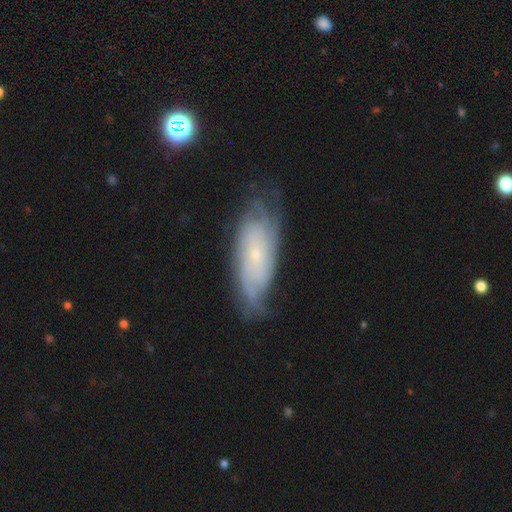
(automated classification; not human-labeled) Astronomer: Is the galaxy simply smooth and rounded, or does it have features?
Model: featured or disk — 72%.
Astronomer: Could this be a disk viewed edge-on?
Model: no — 87%.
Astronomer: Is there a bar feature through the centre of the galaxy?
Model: no — 79%.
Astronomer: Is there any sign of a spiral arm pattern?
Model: yes — 90%.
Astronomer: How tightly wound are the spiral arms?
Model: tight — 69%.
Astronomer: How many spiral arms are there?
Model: can't tell — 57%.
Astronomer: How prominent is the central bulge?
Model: small — 83%.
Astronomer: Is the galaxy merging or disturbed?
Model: none — 70%.